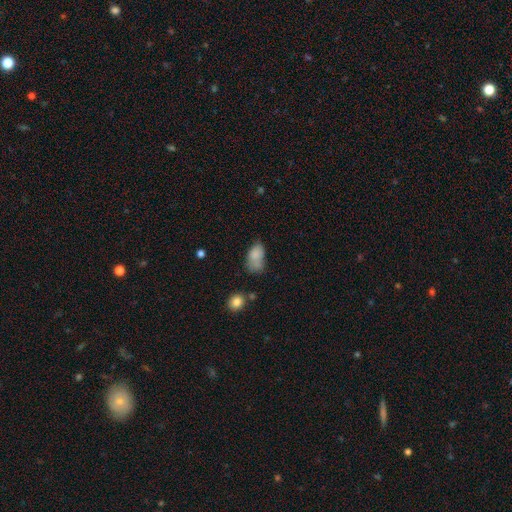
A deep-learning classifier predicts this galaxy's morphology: Overall: smooth (79%). How rounded: in between (91%). Merging: none (39%; minor disturbance 33%).